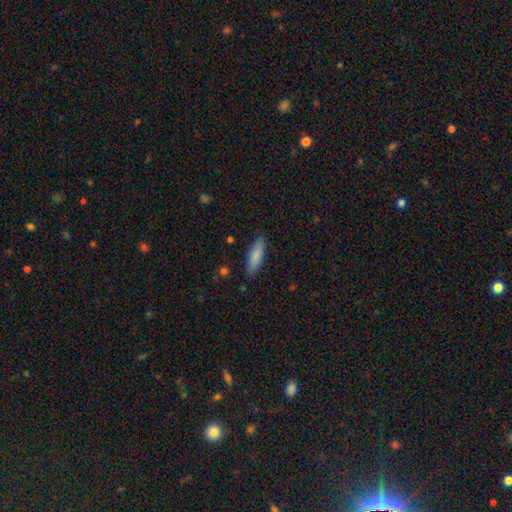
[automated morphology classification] smooth_or_featured: smooth (p=0.83) [alt: featured or disk p=0.11]
how_rounded: cigar-shaped (p=0.57) [alt: in between p=0.41]
merging: none (p=0.86) [alt: minor disturbance p=0.11]